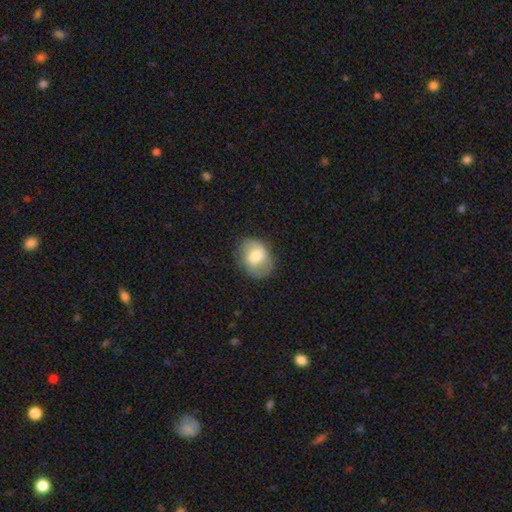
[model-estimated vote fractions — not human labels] This appears to be a smooth galaxy with no disk features (65%) that is in between round and cigar-shaped (56%). Merging: none (74%).